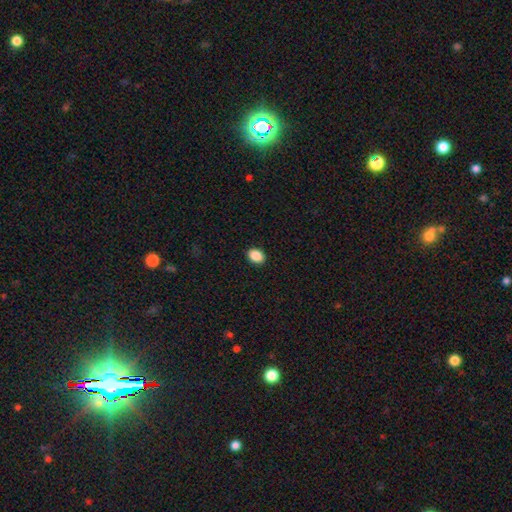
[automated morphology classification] Smooth or featured? smooth (89%)
How rounded? in between (70%)
Merging? none (91%)